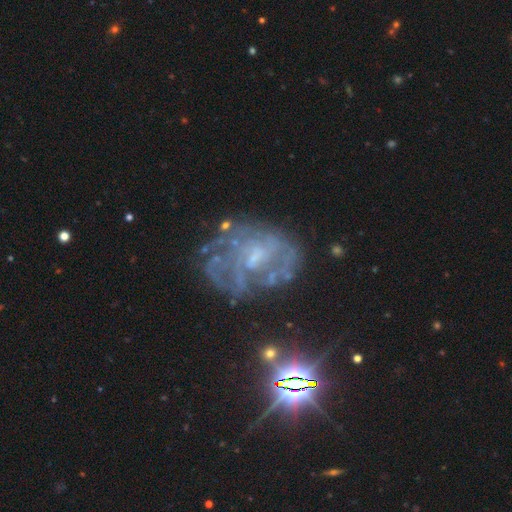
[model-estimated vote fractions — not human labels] Smooth or featured? featured or disk (70%)
Edge-on disk? no (97%)
Bar? no (54%)
Spiral arms? yes (61%)
Bulge size? small (49%)
Merging? none (57%)